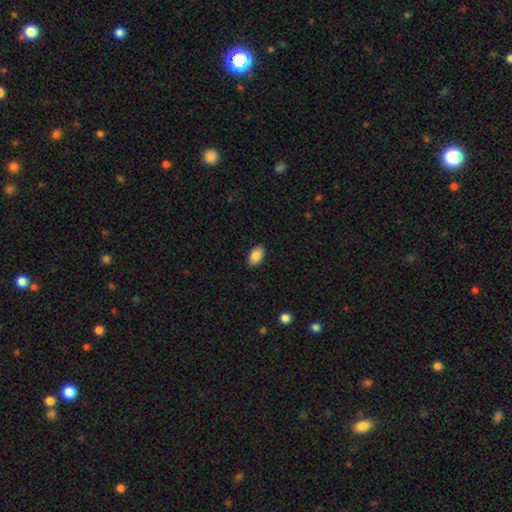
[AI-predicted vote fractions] This appears to be a smooth galaxy with no disk features (87%) that is in between round and cigar-shaped (92%). Merging: none (89%).